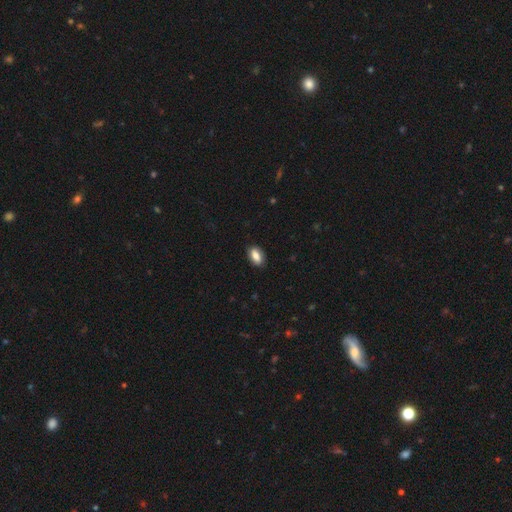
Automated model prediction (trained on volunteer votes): Smooth or featured? Predicted: smooth (p=0.81). How rounded? Predicted: in between (p=0.90). Merging? Predicted: none (p=0.85).